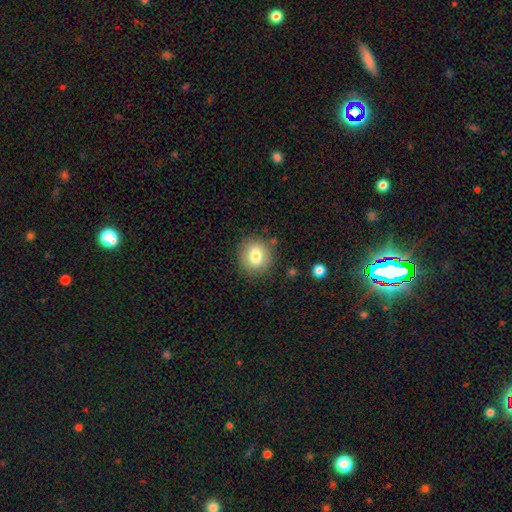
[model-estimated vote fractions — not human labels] Overall: smooth (77%). How rounded: round (80%). Merging: none (84%).